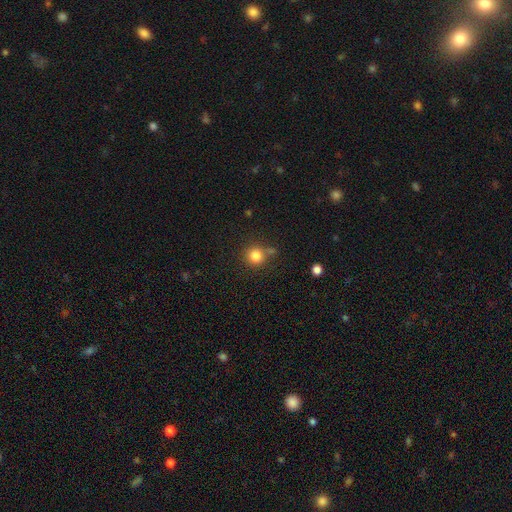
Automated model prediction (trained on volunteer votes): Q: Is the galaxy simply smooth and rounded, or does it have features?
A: smooth — 83%.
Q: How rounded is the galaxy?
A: round — 92%.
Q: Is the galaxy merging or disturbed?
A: none — 72%.